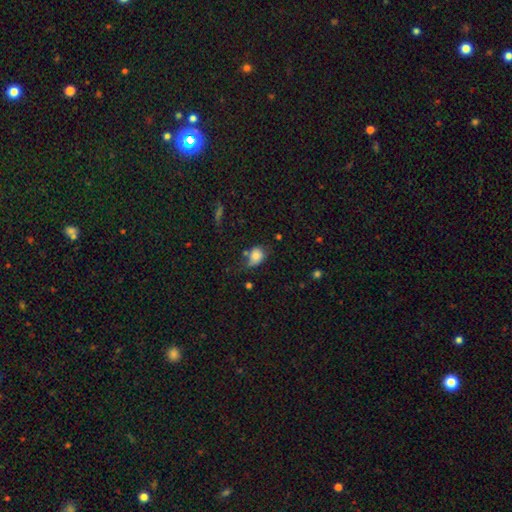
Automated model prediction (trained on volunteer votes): smooth-or-featured: smooth: 77% | featured or disk: 13% | star or artifact: 10%
  how-rounded: in between: 54% | round: 44% | cigar-shaped: 1%
  merging: none: 44% | minor disturbance: 33% | major disturbance: 14% | merger: 10%